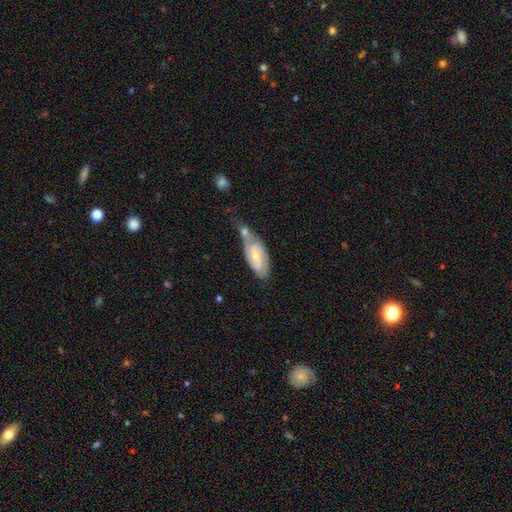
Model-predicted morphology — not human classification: type=featured or disk (71%); edge-on=no (93%); bar=no (46%); spiral arms=yes (91%); winding=tight (49%); arm count=2 (67%); bulge=small (51%); merging=none (36%).